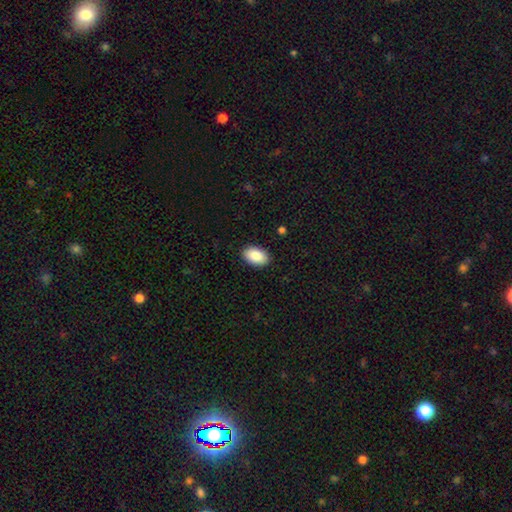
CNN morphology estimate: Smooth or featured: smooth — 88% (star or artifact — 7%)
How rounded: in between — 92% (round — 7%)
Merging: none — 90% (minor disturbance — 7%)